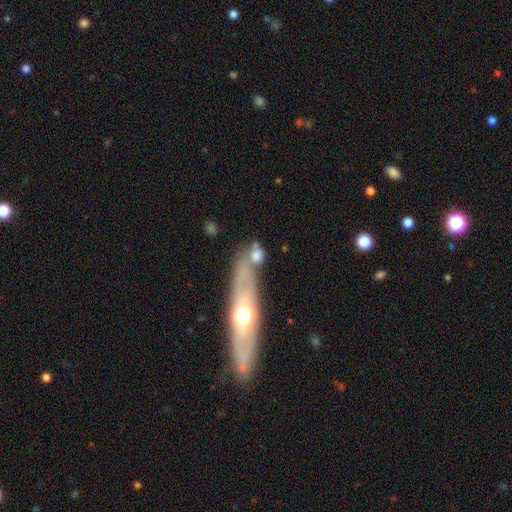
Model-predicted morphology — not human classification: Smooth or featured: smooth — 68% (featured or disk — 20%)
How rounded: round — 53% (in between — 33%)
Merging: none — 43% (merger — 34%)